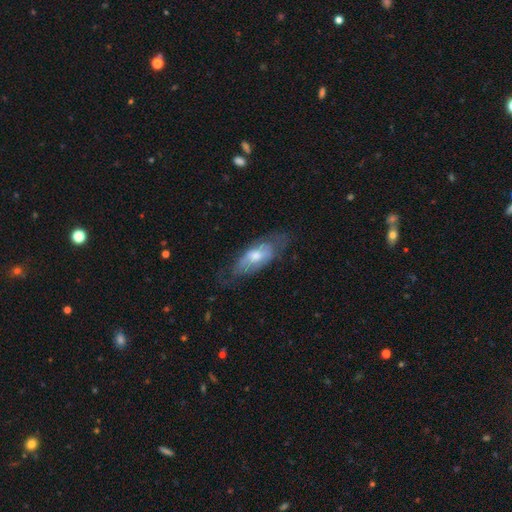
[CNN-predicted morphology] This is possibly a featured or disk galaxy (50%). Merging: possibly none (58%).